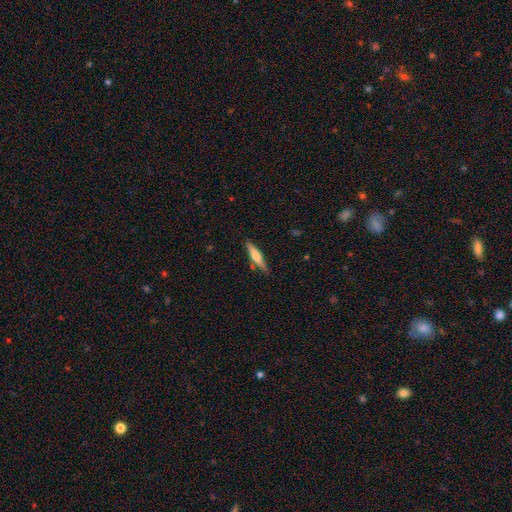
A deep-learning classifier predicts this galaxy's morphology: This is possibly a smooth galaxy (57%). How rounded: clearly cigar-shaped (82%). Merging: likely none (80%).